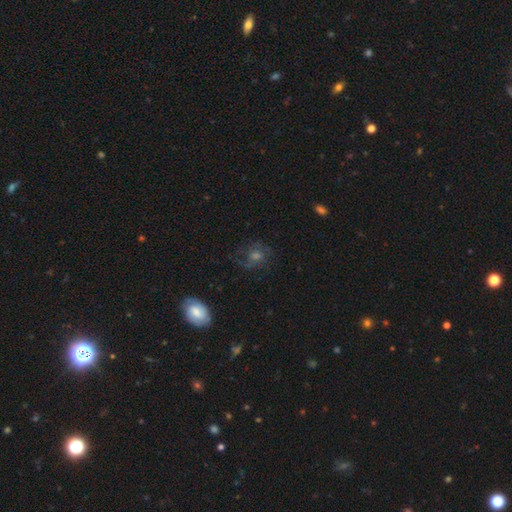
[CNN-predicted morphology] Smooth or featured? featured or disk (49%)
Merging? none (70%)